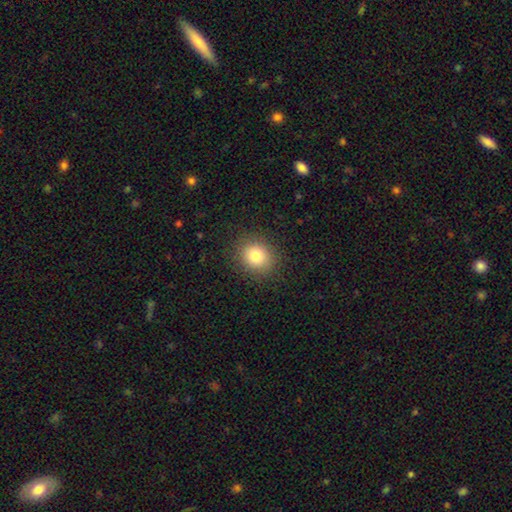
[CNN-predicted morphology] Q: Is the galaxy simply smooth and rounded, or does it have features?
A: smooth — 80%.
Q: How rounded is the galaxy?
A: round — 77%.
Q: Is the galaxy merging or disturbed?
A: none — 88%.